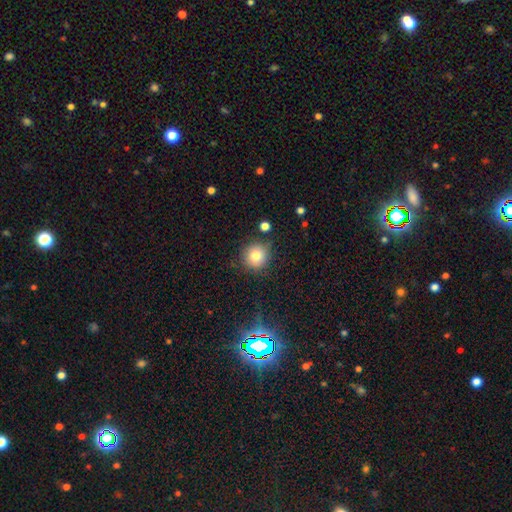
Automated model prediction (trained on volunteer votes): Smooth or featured? smooth (78%)
How rounded? round (93%)
Merging? none (82%)